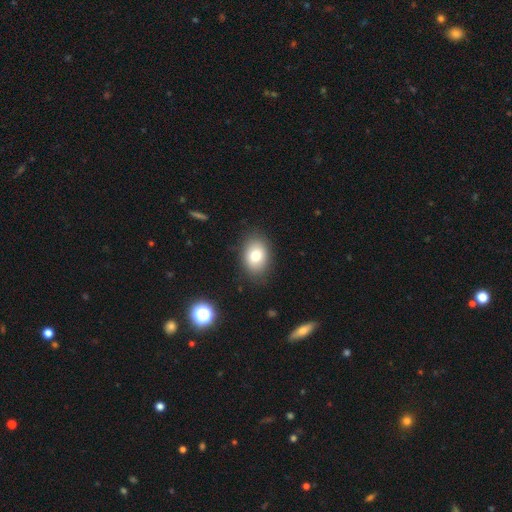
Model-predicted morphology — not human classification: Smooth or featured? smooth (79%)
How rounded? in between (72%)
Merging? none (84%)